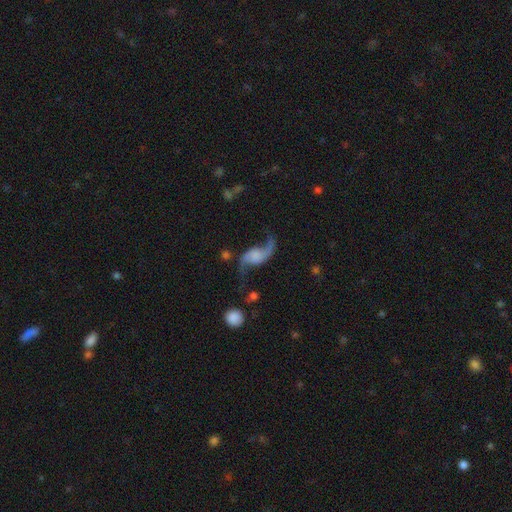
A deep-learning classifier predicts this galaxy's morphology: Smooth or featured? featured or disk (87%)
Edge-on disk? no (97%)
Bar? no (60%)
Spiral arms? yes (96%)
Spiral winding? loose (91%)
Spiral arm count? 2 (93%)
Bulge size? none (50%)
Merging? none (68%)